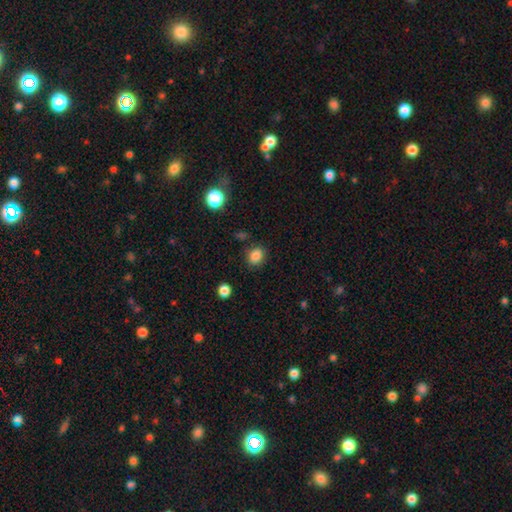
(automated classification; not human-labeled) Smooth or featured? Predicted: smooth (p=0.85). How rounded? Predicted: round (p=0.55). Merging? Predicted: none (p=0.84).